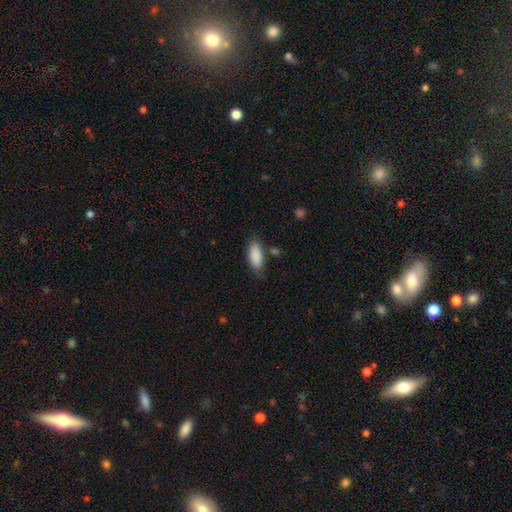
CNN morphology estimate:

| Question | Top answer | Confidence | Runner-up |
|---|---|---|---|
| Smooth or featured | smooth | 89% | star or artifact (6%) |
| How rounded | in between | 85% | cigar-shaped (13%) |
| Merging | none | 76% | minor disturbance (17%) |